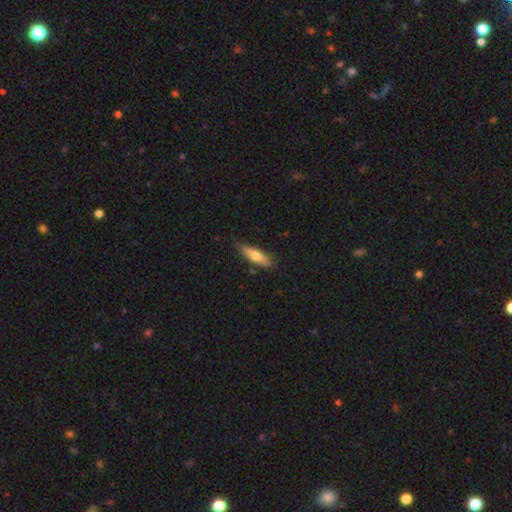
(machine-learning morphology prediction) The model was most divided on "how rounded": cigar-shaped: 63%, in between: 35%, round: 2%. More confident: merging — none (80%); smooth or featured — smooth (65%).